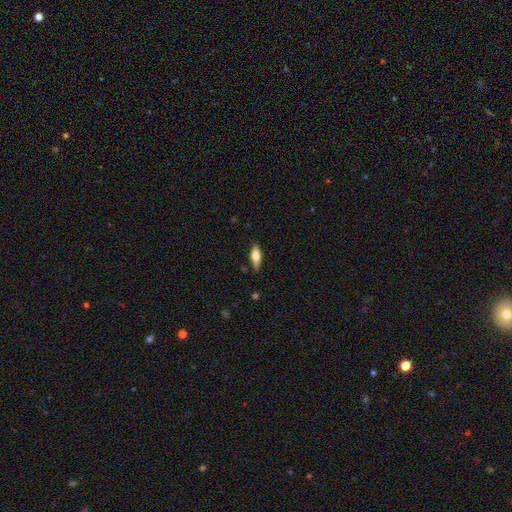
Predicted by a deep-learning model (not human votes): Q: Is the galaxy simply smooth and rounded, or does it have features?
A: smooth — 51%.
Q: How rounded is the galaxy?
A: in between — 51%.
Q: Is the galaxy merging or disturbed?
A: none — 83%.